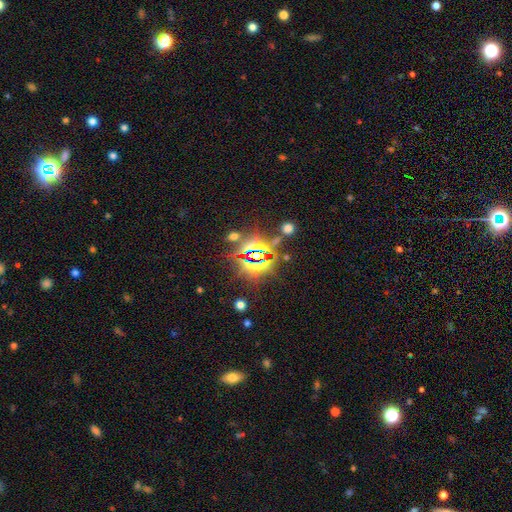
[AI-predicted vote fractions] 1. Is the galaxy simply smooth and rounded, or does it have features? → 78% star or artifact, 13% smooth, 9% featured or disk.